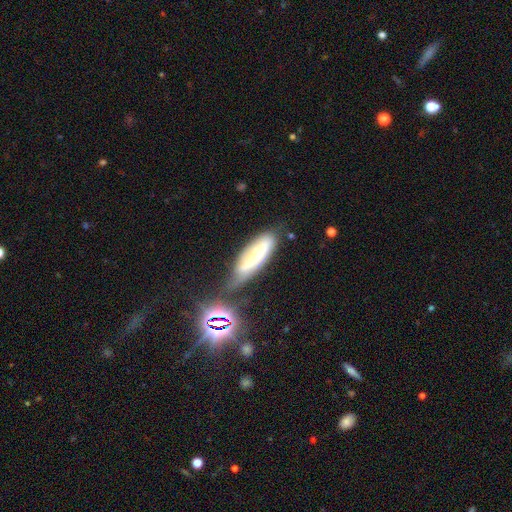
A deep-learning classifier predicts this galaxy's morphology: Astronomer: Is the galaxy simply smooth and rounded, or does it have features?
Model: smooth — 49% (runner-up: featured or disk, 38%).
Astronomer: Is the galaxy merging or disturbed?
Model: none — 44% (runner-up: minor disturbance, 29%).